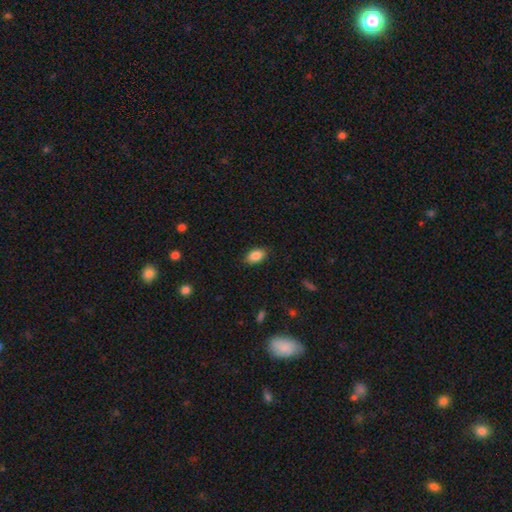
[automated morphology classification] Smooth or featured? smooth (87%)
How rounded? in between (91%)
Merging? none (86%)